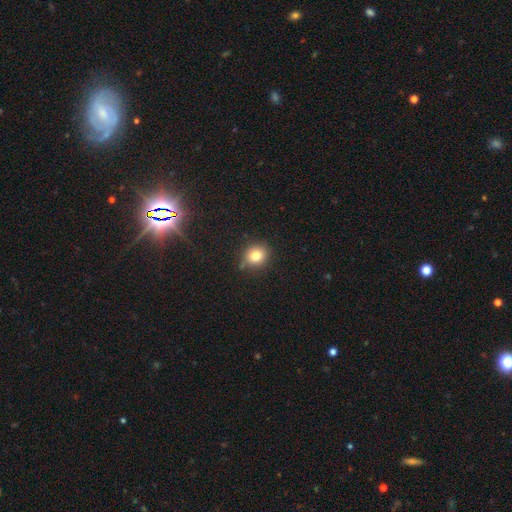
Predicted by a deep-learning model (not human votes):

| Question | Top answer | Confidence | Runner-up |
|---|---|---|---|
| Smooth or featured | smooth | 79% | star or artifact (12%) |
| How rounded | round | 81% | in between (18%) |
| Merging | none | 82% | minor disturbance (12%) |